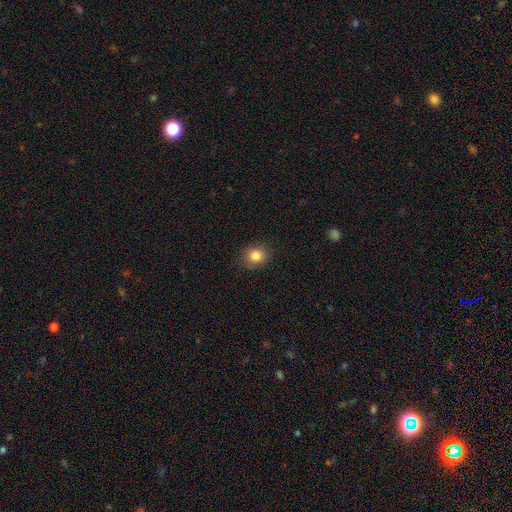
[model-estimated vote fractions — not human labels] This is clearly a smooth galaxy (83%). How rounded: likely round (79%). Merging: clearly none (87%).